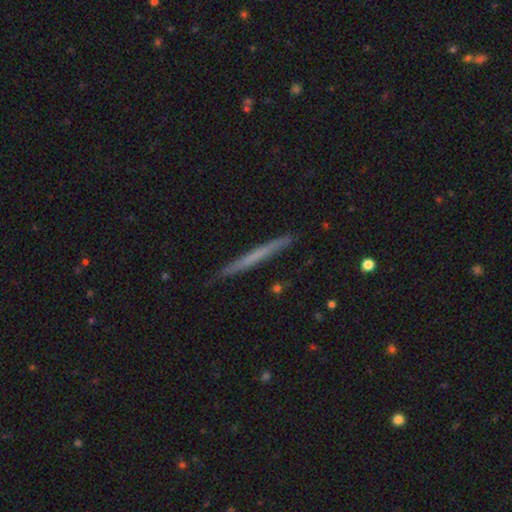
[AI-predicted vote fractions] Smooth or featured? smooth (50%)
How rounded? cigar-shaped (97%)
Merging? none (91%)